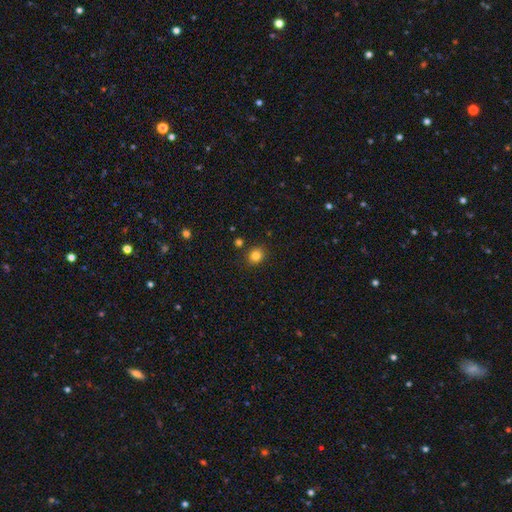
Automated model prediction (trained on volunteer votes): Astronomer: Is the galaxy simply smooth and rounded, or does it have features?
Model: smooth — 83%.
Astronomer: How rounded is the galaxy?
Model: round — 76%.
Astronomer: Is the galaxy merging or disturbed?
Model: none — 86%.